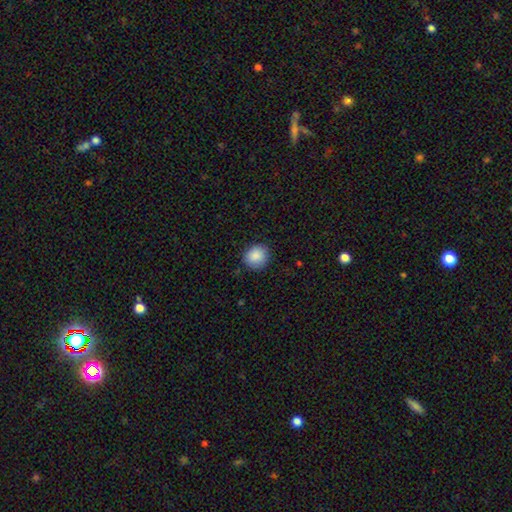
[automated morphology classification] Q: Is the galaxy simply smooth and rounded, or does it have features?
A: smooth — 89%.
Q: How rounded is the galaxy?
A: round — 86%.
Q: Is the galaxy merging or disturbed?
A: none — 87%.